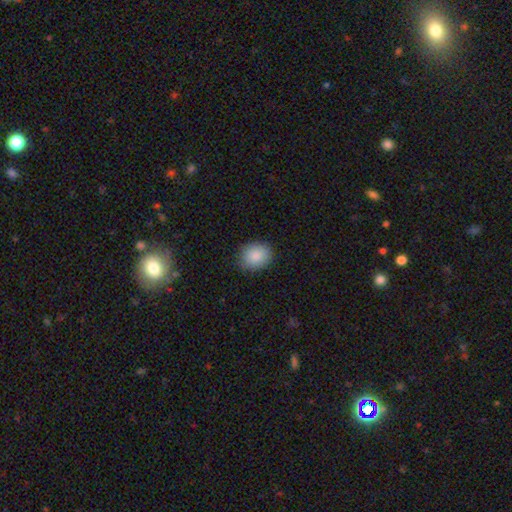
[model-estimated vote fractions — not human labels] Smooth or featured: smooth — 89% (star or artifact — 7%)
How rounded: round — 55% (in between — 44%)
Merging: none — 85% (minor disturbance — 11%)